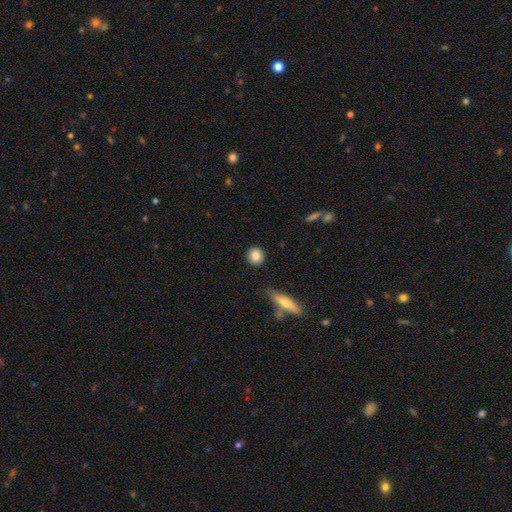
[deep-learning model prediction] Q: Smooth or featured?
A: smooth (85%); runner-up: star or artifact (8%)
Q: How rounded?
A: round (86%); runner-up: in between (12%)
Q: Merging?
A: none (89%); runner-up: minor disturbance (7%)